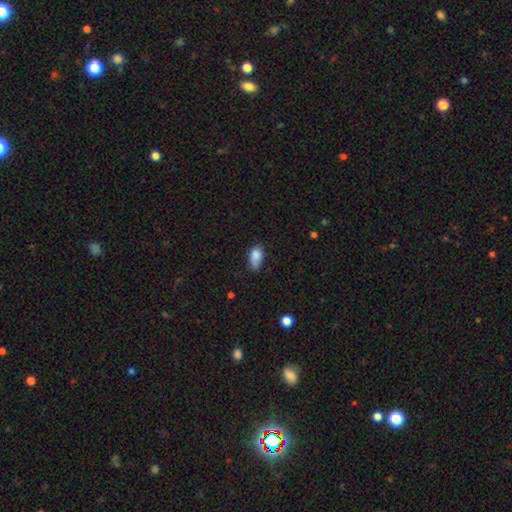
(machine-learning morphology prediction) Smooth or featured?
  - smooth: 84% *
  - star or artifact: 9%
  - featured or disk: 7%
How rounded?
  - in between: 89% *
  - round: 8%
  - cigar-shaped: 3%
Merging?
  - none: 47% *
  - minor disturbance: 40%
  - major disturbance: 10%
  - merger: 3%